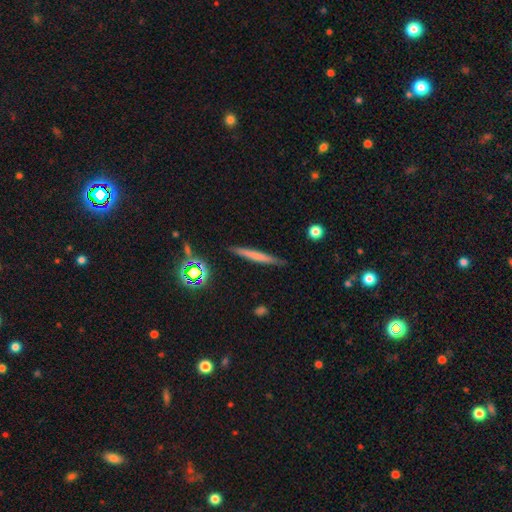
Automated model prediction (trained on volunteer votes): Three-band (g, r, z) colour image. It shows a smooth galaxy with no disk features (58%) that is cigar-shaped (95%). Merging: none (88%).